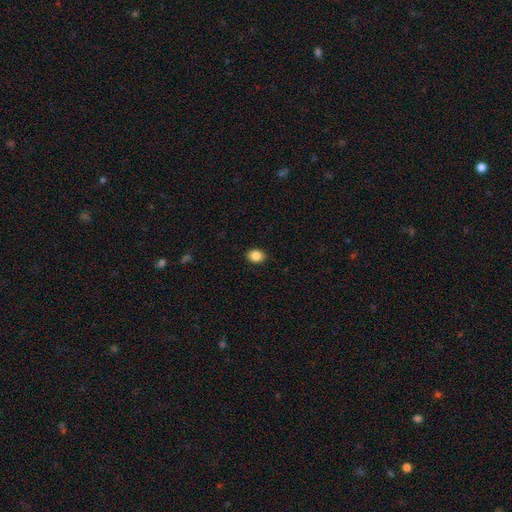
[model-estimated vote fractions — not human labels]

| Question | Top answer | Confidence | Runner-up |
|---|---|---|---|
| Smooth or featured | smooth | 87% | star or artifact (9%) |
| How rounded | in between | 65% | round (34%) |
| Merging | none | 89% | minor disturbance (8%) |